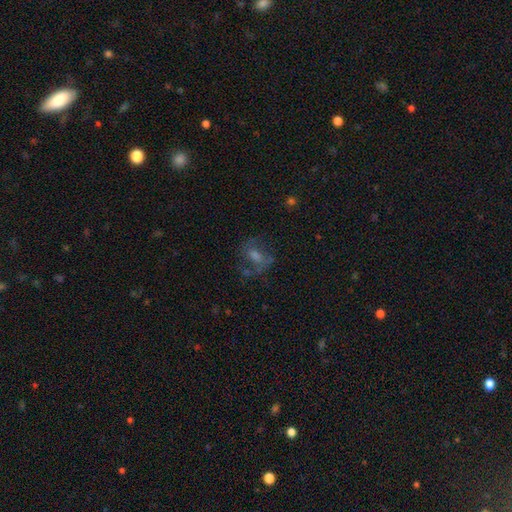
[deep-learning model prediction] Smooth or featured? featured or disk (45%)
Merging? none (54%)